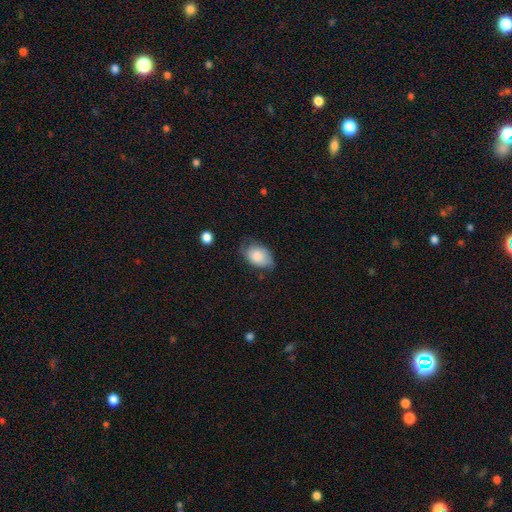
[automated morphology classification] Overall: smooth (75%). How rounded: in between (87%). Merging: none (52%; minor disturbance 36%).